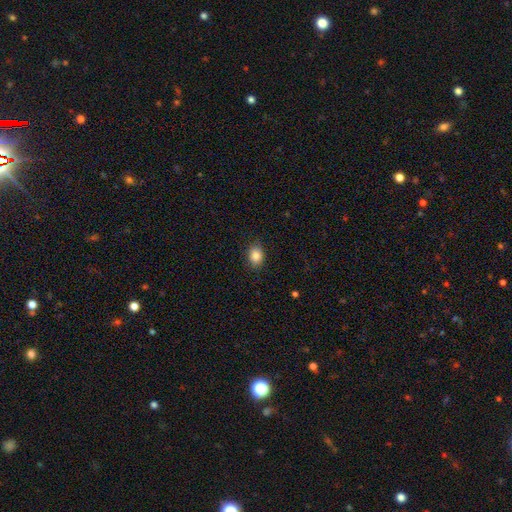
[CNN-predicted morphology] smooth 85%, star or artifact 9%, featured or disk 6%. Down the decision tree: how rounded — in between (64%); merging — none (86%).